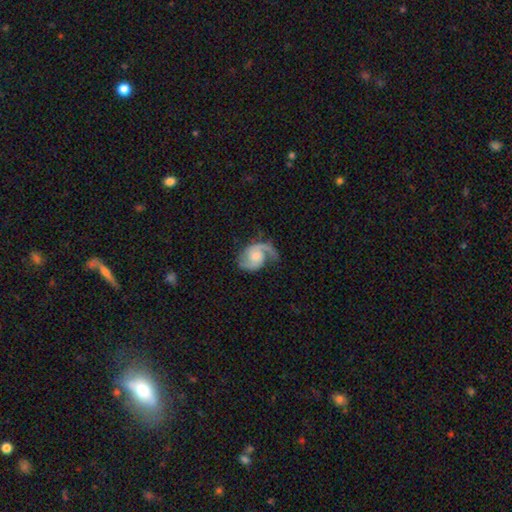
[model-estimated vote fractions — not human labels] smooth_or_featured: featured or disk (p=0.85) [alt: smooth p=0.09]
disk_edge_on: no (p=0.98) [alt: yes p=0.02]
bar: no (p=0.67) [alt: weak p=0.28]
has_spiral_arms: yes (p=0.97) [alt: no p=0.03]
spiral_winding: medium (p=0.49) [alt: loose p=0.30]
spiral_arm_count: 2 (p=0.81) [alt: 1 p=0.13]
bulge_size: moderate (p=0.40) [alt: small p=0.34]
merging: none (p=0.60) [alt: minor disturbance p=0.22]